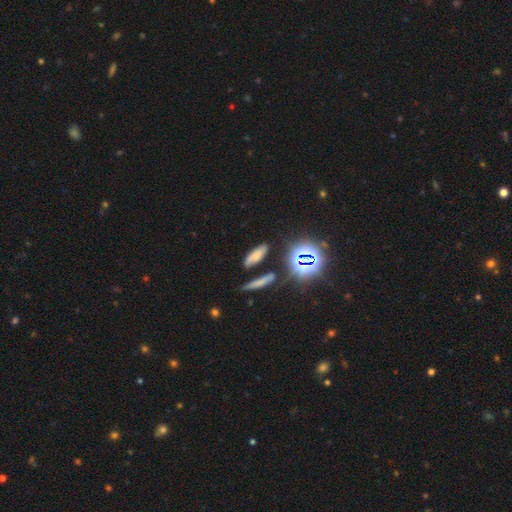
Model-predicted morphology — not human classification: Smooth or featured?
  - smooth: 65% *
  - star or artifact: 22%
  - featured or disk: 13%
How rounded?
  - in between: 48% *
  - cigar-shaped: 46%
  - round: 7%
Merging?
  - none: 74% *
  - minor disturbance: 12%
  - merger: 10%
  - major disturbance: 5%